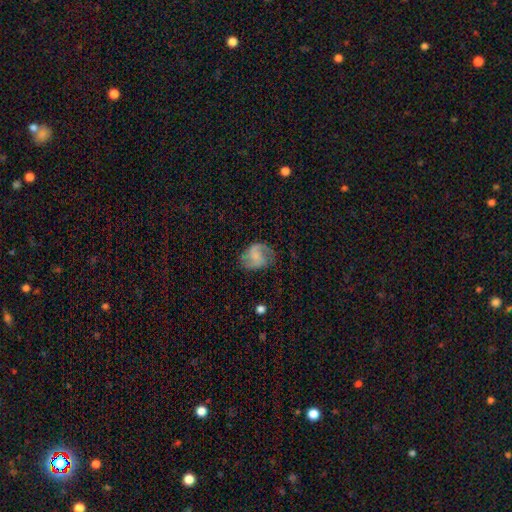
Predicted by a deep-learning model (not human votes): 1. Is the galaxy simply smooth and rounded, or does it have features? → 56% featured or disk, 36% smooth, 9% star or artifact.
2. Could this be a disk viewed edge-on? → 98% no, 2% yes.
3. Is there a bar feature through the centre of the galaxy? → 52% no, 39% weak, 9% strong.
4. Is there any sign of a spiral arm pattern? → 88% yes, 12% no.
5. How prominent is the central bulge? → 46% none, 30% small, 18% moderate, 5% large, 2% dominant.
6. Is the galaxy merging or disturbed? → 61% none, 23% minor disturbance, 14% major disturbance, 2% merger.